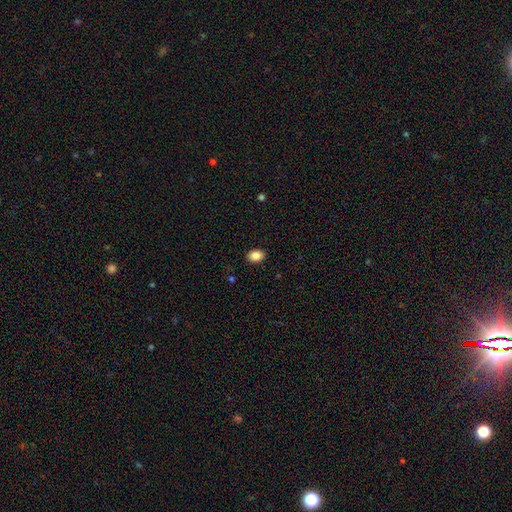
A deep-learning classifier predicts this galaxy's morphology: Smooth or featured? smooth (85%)
How rounded? in between (80%)
Merging? none (89%)